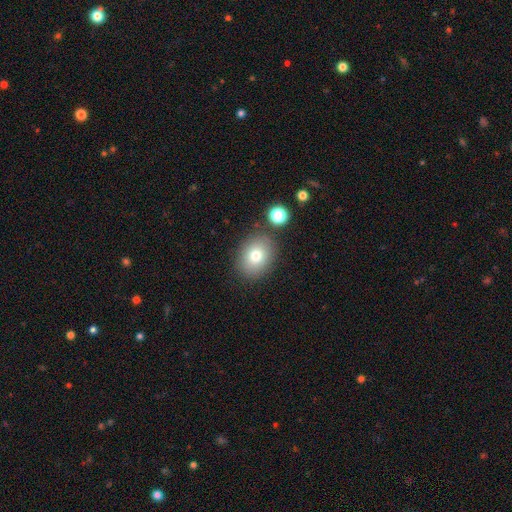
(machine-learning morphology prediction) type=smooth (77%); roundness=in between (54%); merging=none (81%).